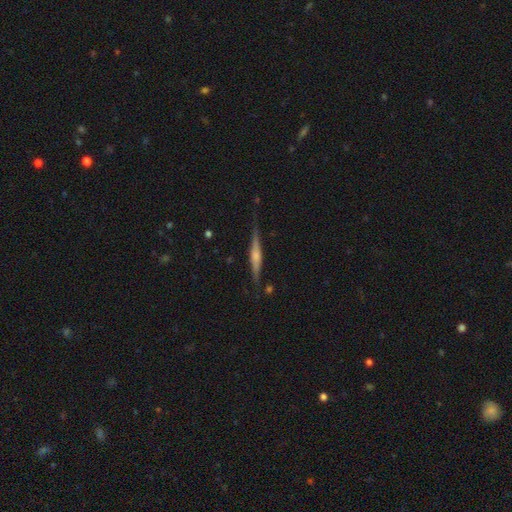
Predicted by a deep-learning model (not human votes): featured or disk 68%, smooth 26%, star or artifact 6%. Down the decision tree: edge-on disk — yes (97%); edge-on bulge — rounded (69%); merging — none (84%).